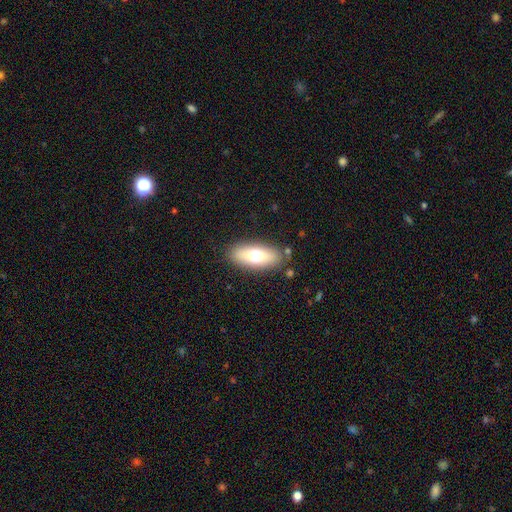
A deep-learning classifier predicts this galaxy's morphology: Overall: smooth (67%). How rounded: in between (79%). Merging: none (84%).